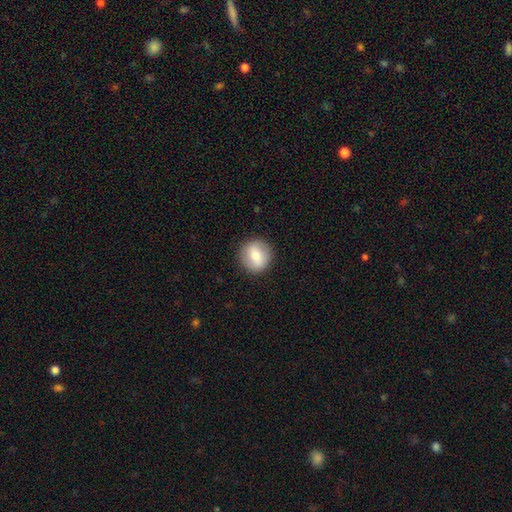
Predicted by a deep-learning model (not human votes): This appears to be a smooth galaxy with no disk features (70%) that is round (93%). Merging: none (90%).